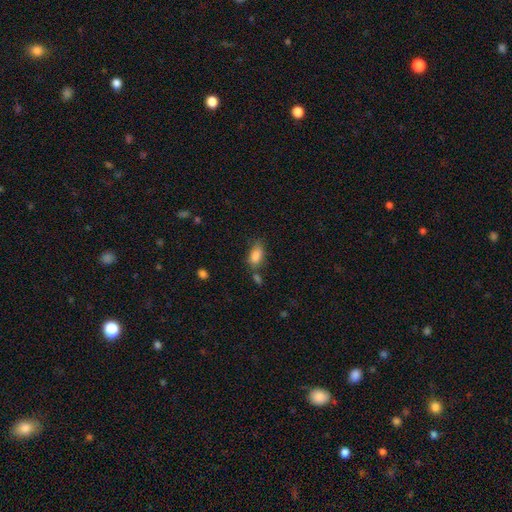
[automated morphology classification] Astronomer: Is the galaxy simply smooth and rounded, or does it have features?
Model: smooth — 84%.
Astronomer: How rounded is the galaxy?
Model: in between — 88%.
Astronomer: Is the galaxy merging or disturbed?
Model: none — 56%.